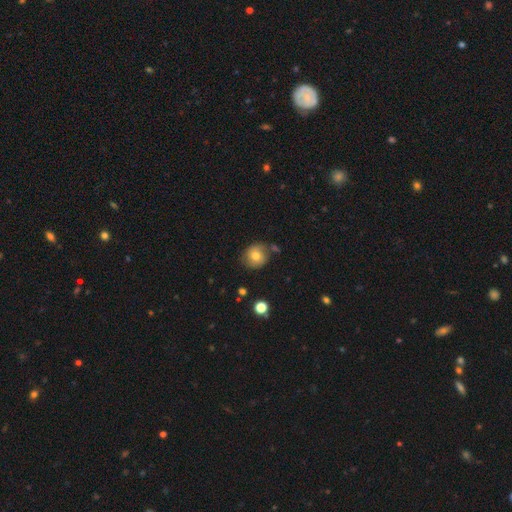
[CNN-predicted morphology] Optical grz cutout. It shows a smooth galaxy with no disk features (72%) that is round (86%). Merging: none (72%).